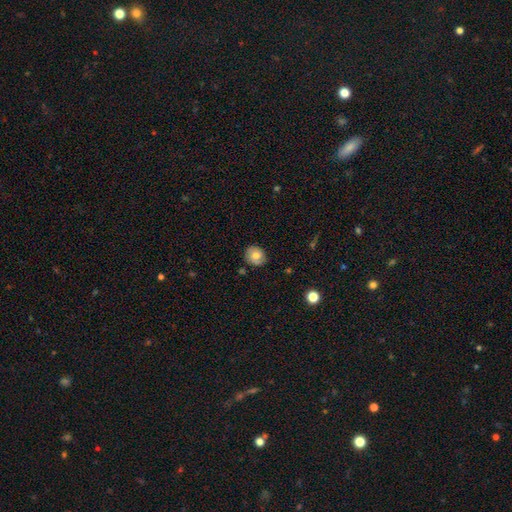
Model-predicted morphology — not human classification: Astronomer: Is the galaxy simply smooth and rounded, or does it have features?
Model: smooth — 68%.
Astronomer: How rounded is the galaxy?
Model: round — 78%.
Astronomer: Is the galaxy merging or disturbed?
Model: none — 78%.